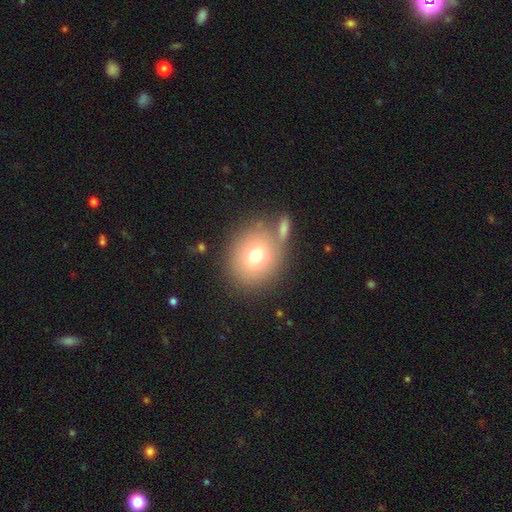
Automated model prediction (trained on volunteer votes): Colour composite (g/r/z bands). It shows a smooth galaxy with no disk features (73%) that is round (76%). Merging: none (70%).